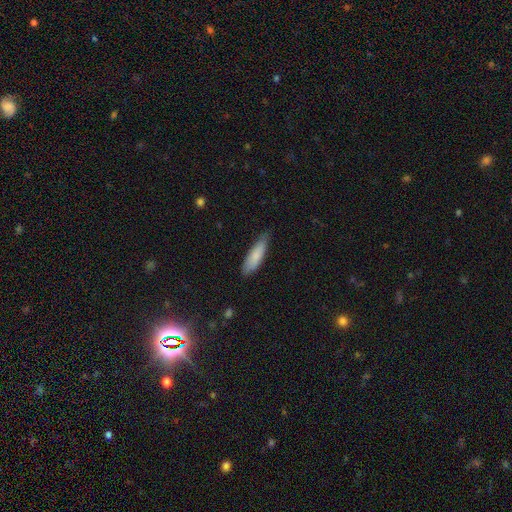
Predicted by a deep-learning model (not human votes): A smooth galaxy with no disk features (83%) that is cigar-shaped (62%). Merging: none (75%).